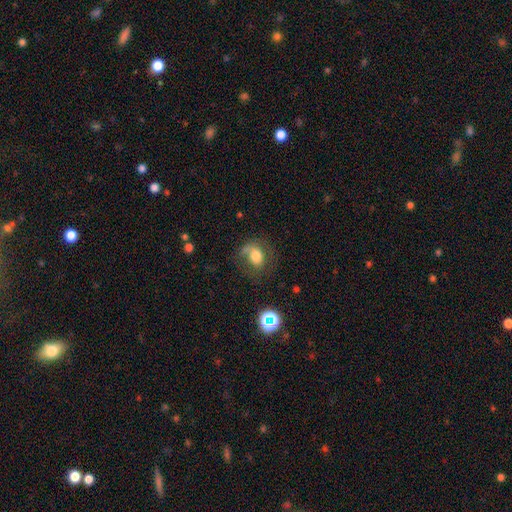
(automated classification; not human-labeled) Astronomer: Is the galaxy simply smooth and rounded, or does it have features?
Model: smooth — 55% (runner-up: featured or disk, 32%).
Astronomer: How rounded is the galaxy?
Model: in between — 51% (runner-up: round, 48%).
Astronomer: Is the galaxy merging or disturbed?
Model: none — 50%.